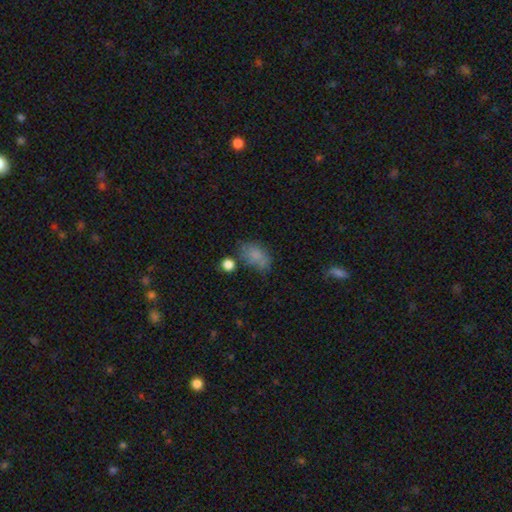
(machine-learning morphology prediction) Overall: smooth (77%). How rounded: in between (87%). Merging: none (50%; minor disturbance 27%).